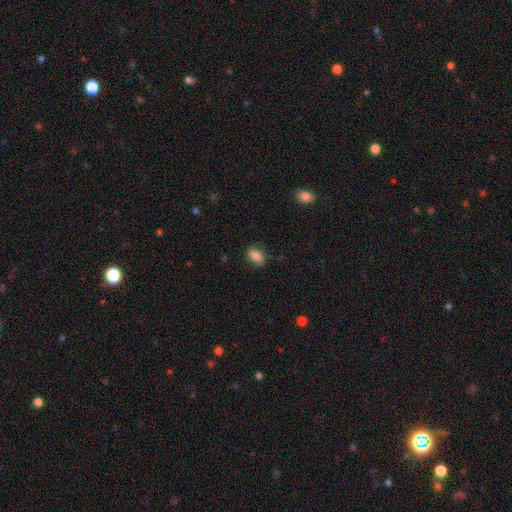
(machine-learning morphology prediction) A smooth galaxy with no disk features (82%) that is in between round and cigar-shaped (87%).

Vote fractions:
- Smooth or featured? smooth: 82% / featured or disk: 10% / star or artifact: 8%
- How rounded? in between: 87% / round: 10% / cigar-shaped: 3%
- Merging? none: 79% / minor disturbance: 16% / major disturbance: 4% / merger: 1%